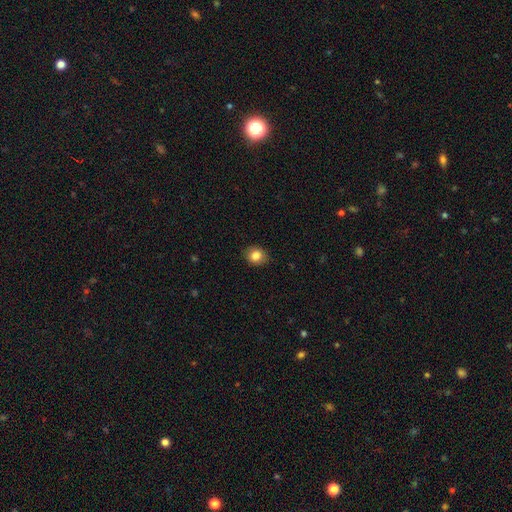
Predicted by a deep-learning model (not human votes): This appears to be a smooth galaxy with no disk features (84%) that is round (60%). Merging: none (85%).